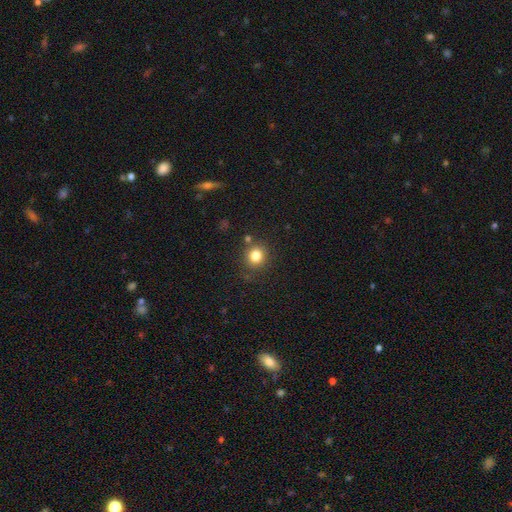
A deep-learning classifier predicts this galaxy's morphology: This is clearly a smooth galaxy (81%). How rounded: clearly round (86%). Merging: clearly none (82%).